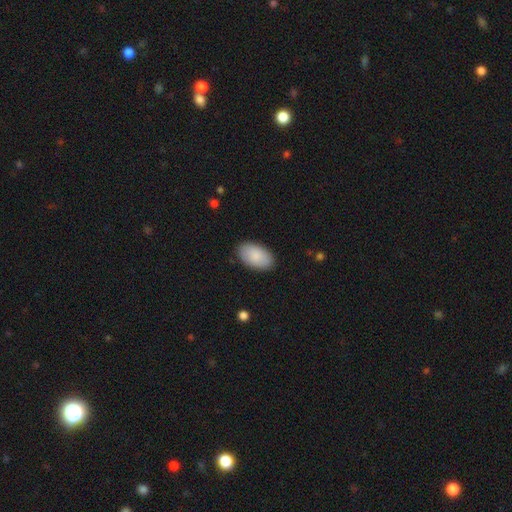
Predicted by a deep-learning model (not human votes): Morphology: type=smooth (89%); roundness=in between (95%); merging=none (89%).